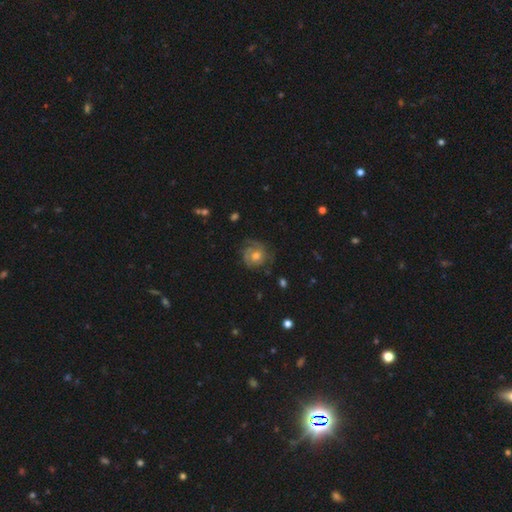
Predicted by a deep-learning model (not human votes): This is likely a featured or disk galaxy (74%). It is clearly not viewed edge-on (98%). Bar: likely no (78%). Spiral arm pattern: clearly yes (92%). Spiral arm count: marginally 2 (32%). Spiral winding: likely tight (62%). Central bulge: likely moderate (68%). Merging: likely none (71%).